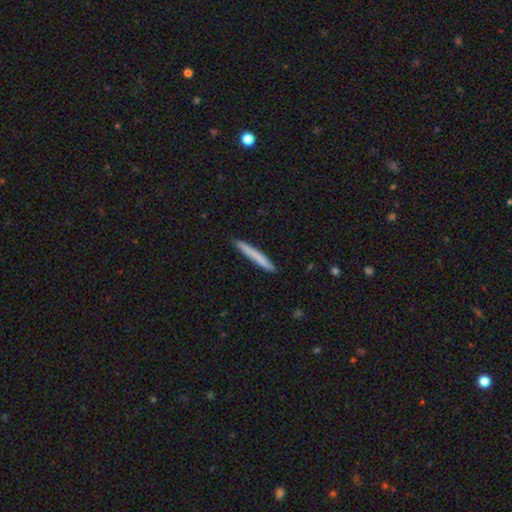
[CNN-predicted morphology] Smooth or featured?
  - smooth: 72% *
  - featured or disk: 23%
  - star or artifact: 6%
How rounded?
  - cigar-shaped: 97% *
  - in between: 2%
  - round: 1%
Merging?
  - none: 91% *
  - minor disturbance: 7%
  - major disturbance: 1%
  - merger: 1%